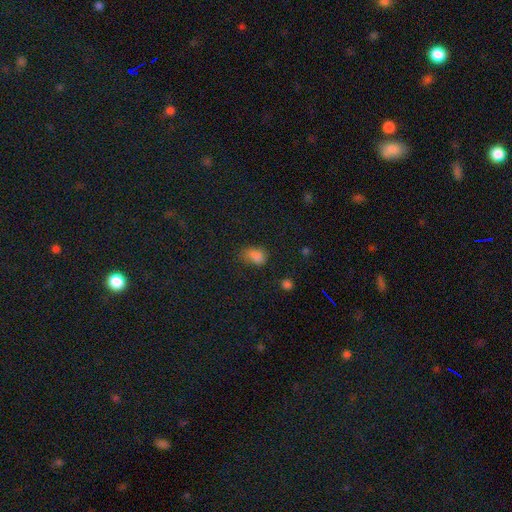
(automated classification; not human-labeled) A smooth galaxy with no disk features (80%) that is in between round and cigar-shaped (71%). Merging: none (44%).